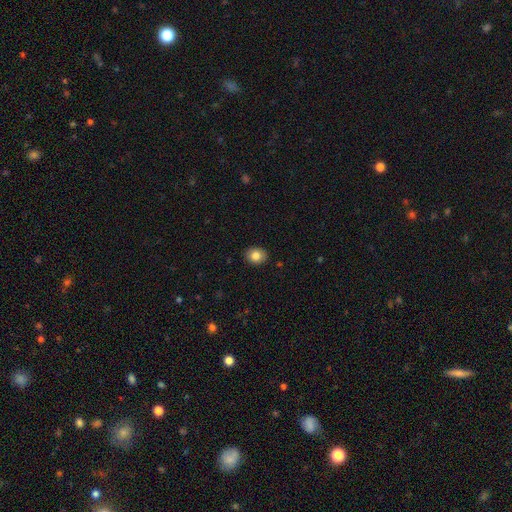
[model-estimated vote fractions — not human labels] smooth 83%, star or artifact 9%, featured or disk 8%. Down the decision tree: how rounded — round (53%); merging — none (90%).